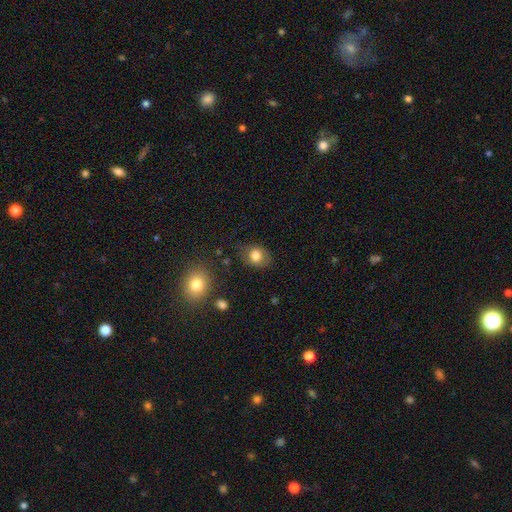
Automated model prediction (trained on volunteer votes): Smooth or featured?
  - smooth: 81% *
  - featured or disk: 10%
  - star or artifact: 10%
How rounded?
  - round: 50% *
  - in between: 49%
  - cigar-shaped: 1%
Merging?
  - none: 73% *
  - minor disturbance: 19%
  - major disturbance: 6%
  - merger: 2%